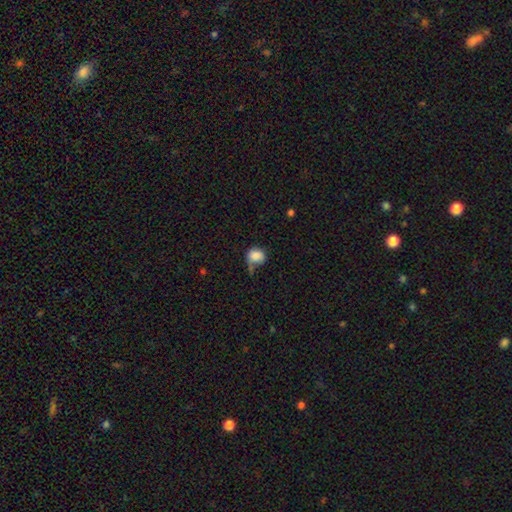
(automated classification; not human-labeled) smooth-or-featured: smooth: 82% | featured or disk: 9% | star or artifact: 9%
  how-rounded: round: 60% | in between: 39% | cigar-shaped: 1%
  merging: none: 37% | minor disturbance: 30% | major disturbance: 22% | merger: 11%